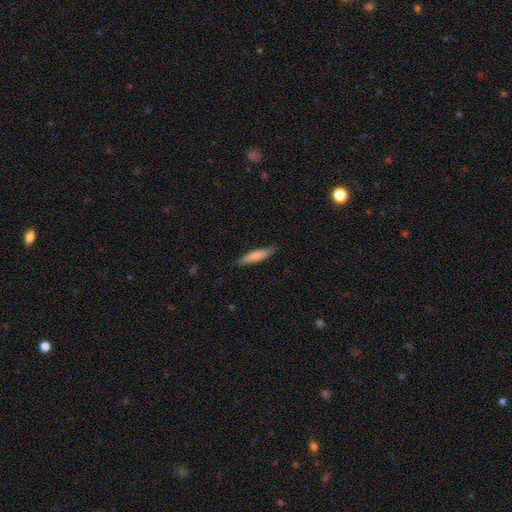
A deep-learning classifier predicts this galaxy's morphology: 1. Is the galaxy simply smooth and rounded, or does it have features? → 79% smooth, 16% featured or disk, 6% star or artifact.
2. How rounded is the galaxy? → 85% cigar-shaped, 14% in between, 1% round.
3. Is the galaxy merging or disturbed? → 87% none, 10% minor disturbance, 2% major disturbance, 1% merger.